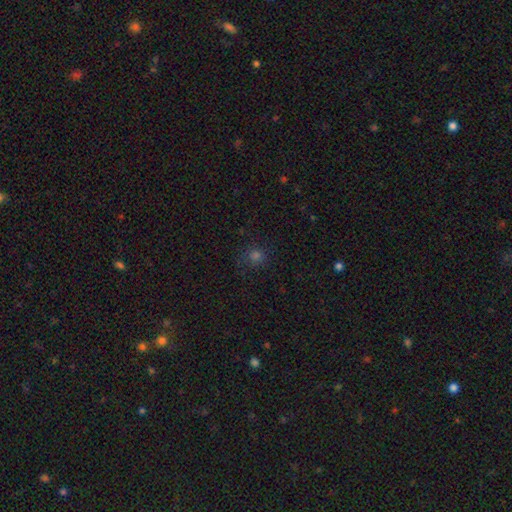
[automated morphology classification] Smooth or featured?
  - smooth: 67% *
  - star or artifact: 26%
  - featured or disk: 7%
How rounded?
  - round: 88% *
  - in between: 11%
  - cigar-shaped: 1%
Merging?
  - none: 78% *
  - minor disturbance: 14%
  - major disturbance: 6%
  - merger: 2%